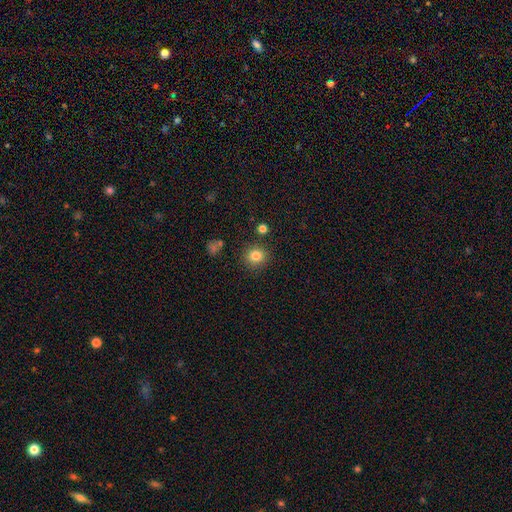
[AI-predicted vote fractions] This is clearly a smooth galaxy (82%). How rounded: clearly round (88%). Merging: clearly none (87%).